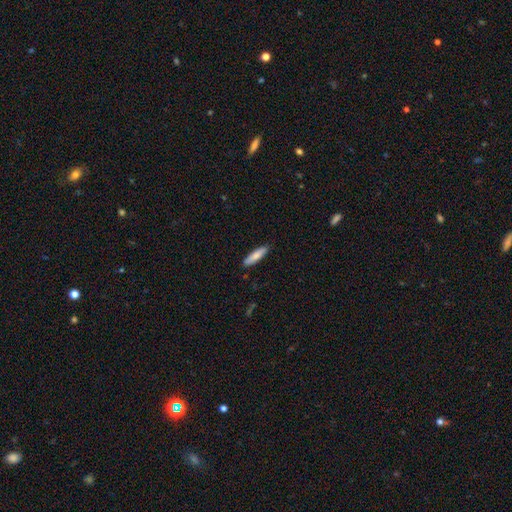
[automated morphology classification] smooth 81%, featured or disk 14%, star or artifact 6%. Down the decision tree: how rounded — cigar-shaped (75%); merging — none (89%).